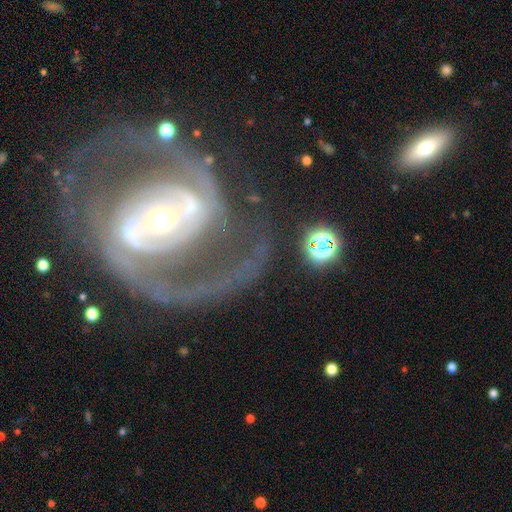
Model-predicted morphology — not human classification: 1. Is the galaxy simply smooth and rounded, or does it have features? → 88% featured or disk, 6% smooth, 6% star or artifact.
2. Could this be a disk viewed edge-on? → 97% no, 3% yes.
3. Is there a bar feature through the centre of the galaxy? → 43% no, 29% weak, 27% strong.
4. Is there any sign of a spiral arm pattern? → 92% yes, 8% no.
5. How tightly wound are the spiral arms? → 49% medium, 31% tight, 20% loose.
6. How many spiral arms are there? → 83% 2, 6% can't tell, 4% 3, 4% 1, 2% 4, 2% more than 4.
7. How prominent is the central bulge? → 49% small, 42% moderate, 6% large, 2% dominant, 1% none.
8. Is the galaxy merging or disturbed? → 60% none, 19% major disturbance, 15% minor disturbance, 6% merger.